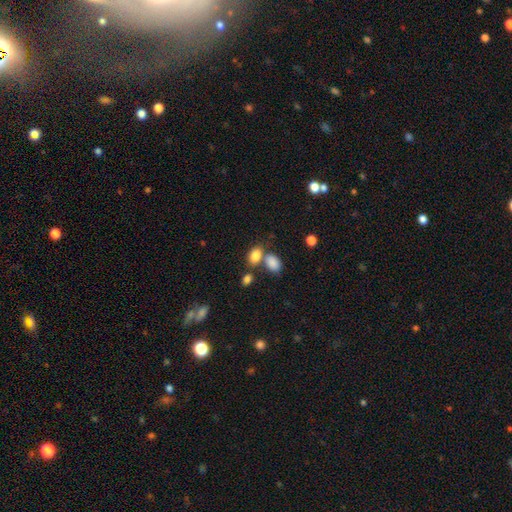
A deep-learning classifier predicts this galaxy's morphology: Smooth or featured? smooth (83%)
How rounded? in between (84%)
Merging? none (47%)